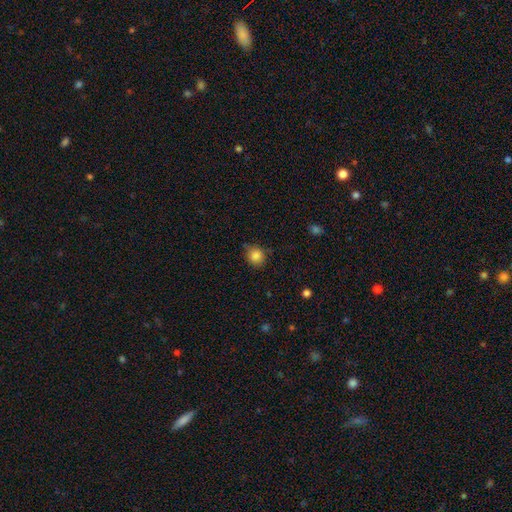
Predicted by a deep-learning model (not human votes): smooth_or_featured: smooth (p=0.85) [alt: star or artifact p=0.10]
how_rounded: round (p=0.87) [alt: in between p=0.12]
merging: none (p=0.78) [alt: minor disturbance p=0.16]